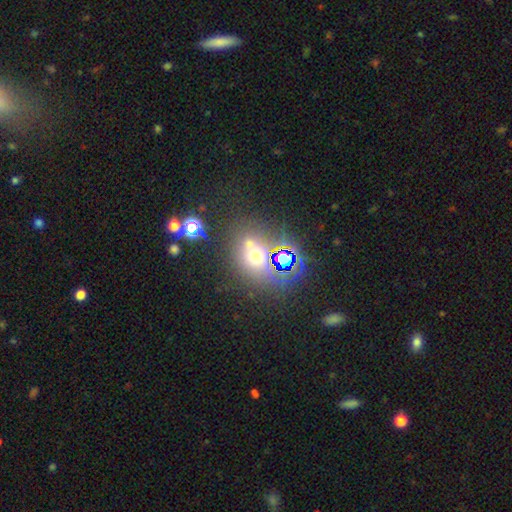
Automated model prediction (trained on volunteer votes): A smooth galaxy with no disk features (46%).

Vote fractions:
- Smooth or featured? smooth: 46% / star or artifact: 40% / featured or disk: 14%
- Merging? none: 64% / merger: 18% / minor disturbance: 11% / major disturbance: 7%